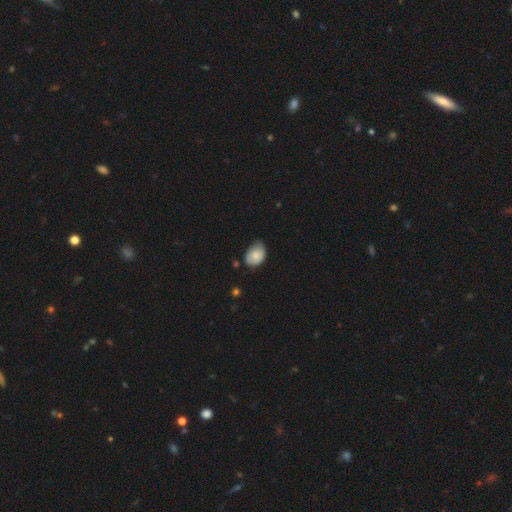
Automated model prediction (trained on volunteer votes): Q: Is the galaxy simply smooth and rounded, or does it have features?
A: smooth — 79%.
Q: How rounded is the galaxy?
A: in between — 70%.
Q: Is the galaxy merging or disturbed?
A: none — 52%.